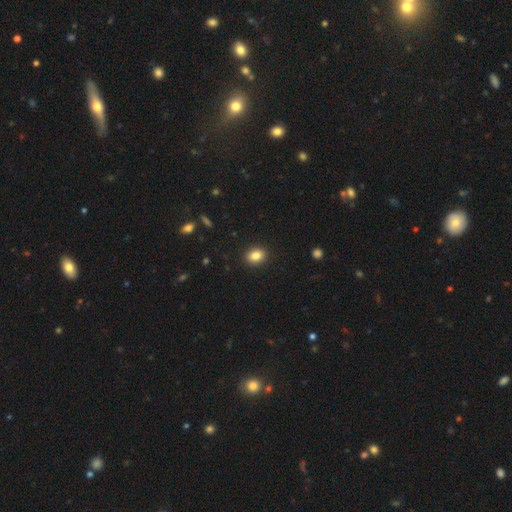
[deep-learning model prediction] Overall: smooth (84%). How rounded: in between (56%; round 43%). Merging: none (91%).